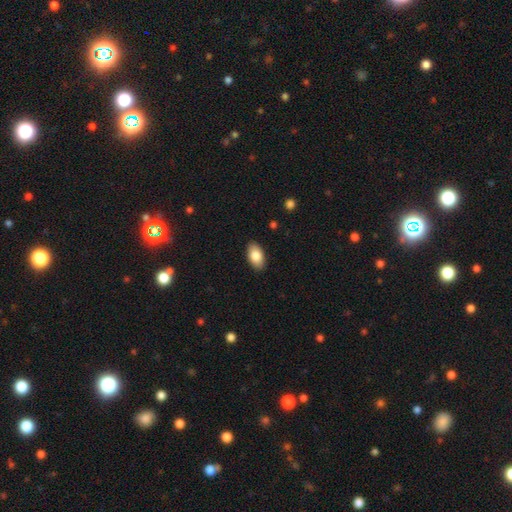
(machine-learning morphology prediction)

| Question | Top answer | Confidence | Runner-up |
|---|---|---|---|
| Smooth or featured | smooth | 84% | featured or disk (10%) |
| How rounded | in between | 94% | round (4%) |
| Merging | none | 89% | minor disturbance (9%) |